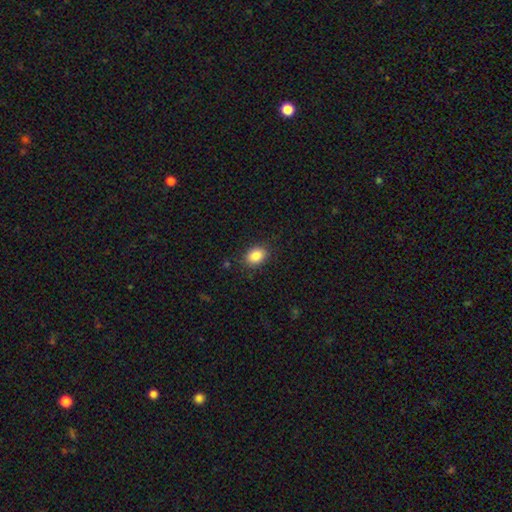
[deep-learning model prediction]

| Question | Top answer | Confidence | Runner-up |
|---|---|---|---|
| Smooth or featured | smooth | 86% | star or artifact (9%) |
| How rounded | in between | 71% | round (28%) |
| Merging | none | 86% | minor disturbance (10%) |